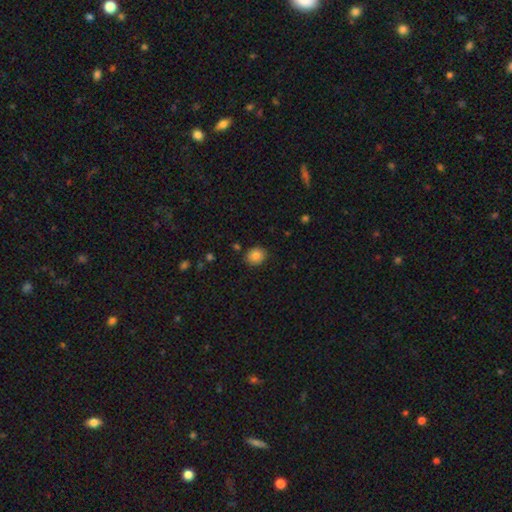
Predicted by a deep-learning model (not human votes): Smooth or featured: smooth — 86% (star or artifact — 9%)
How rounded: round — 66% (in between — 34%)
Merging: none — 86% (minor disturbance — 10%)